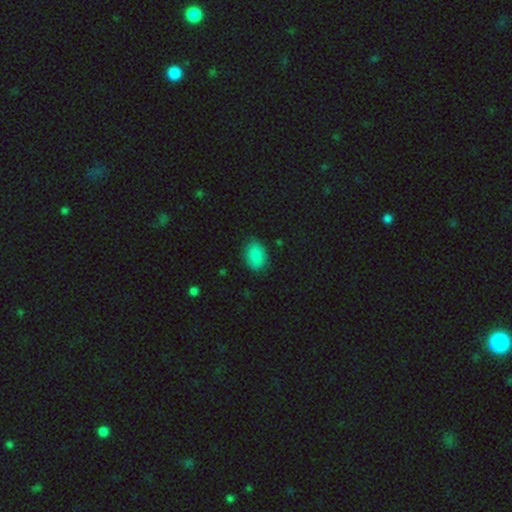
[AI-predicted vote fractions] Smooth or featured? smooth (85%)
How rounded? in between (78%)
Merging? none (80%)